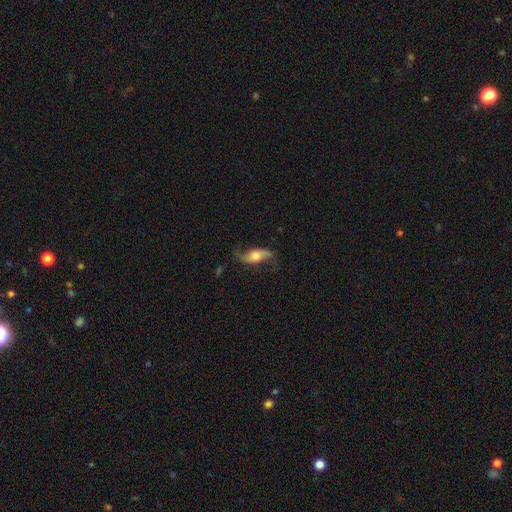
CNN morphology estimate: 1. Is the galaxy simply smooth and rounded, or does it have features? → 76% featured or disk, 17% smooth, 7% star or artifact.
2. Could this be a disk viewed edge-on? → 87% no, 13% yes.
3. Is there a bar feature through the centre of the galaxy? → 54% no, 31% weak, 16% strong.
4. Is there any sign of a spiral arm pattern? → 93% yes, 7% no.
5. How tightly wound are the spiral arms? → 86% loose, 10% medium, 3% tight.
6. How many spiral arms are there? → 92% 2, 2% 1, 2% can't tell, 1% 3, 1% 4, 1% more than 4.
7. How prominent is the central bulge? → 48% moderate, 23% large, 20% small, 6% none, 4% dominant.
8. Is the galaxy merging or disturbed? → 72% none, 16% minor disturbance, 9% major disturbance, 2% merger.